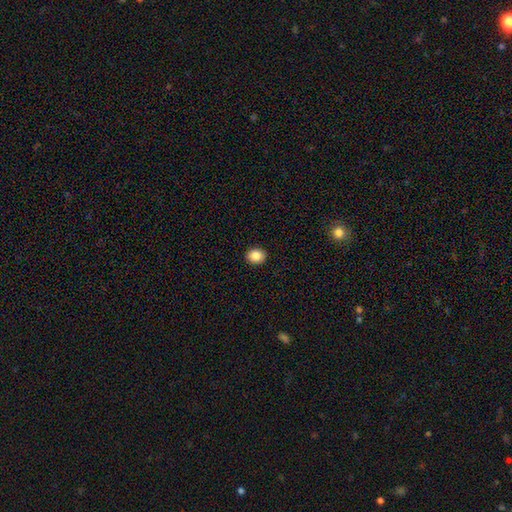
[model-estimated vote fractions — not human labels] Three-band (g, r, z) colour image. It shows a smooth galaxy with no disk features (86%) that is round (67%). Merging: none (92%).